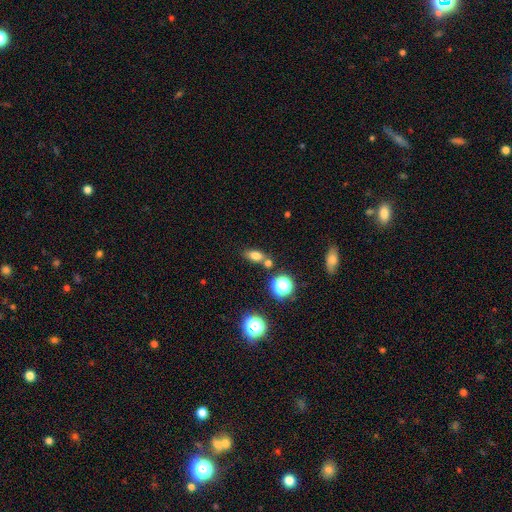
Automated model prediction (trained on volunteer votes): Q: Smooth or featured?
A: smooth (73%); runner-up: star or artifact (16%)
Q: How rounded?
A: in between (75%); runner-up: round (18%)
Q: Merging?
A: none (68%); runner-up: merger (16%)